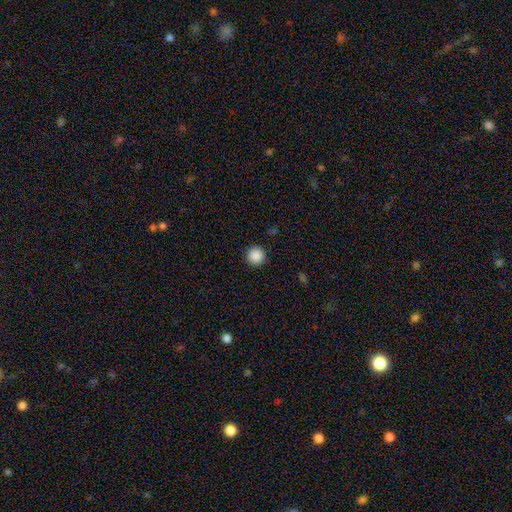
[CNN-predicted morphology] Smooth or featured?
  - smooth: 88% *
  - star or artifact: 9%
  - featured or disk: 2%
How rounded?
  - round: 96% *
  - in between: 3%
  - cigar-shaped: 1%
Merging?
  - none: 93% *
  - minor disturbance: 5%
  - major disturbance: 2%
  - merger: 1%